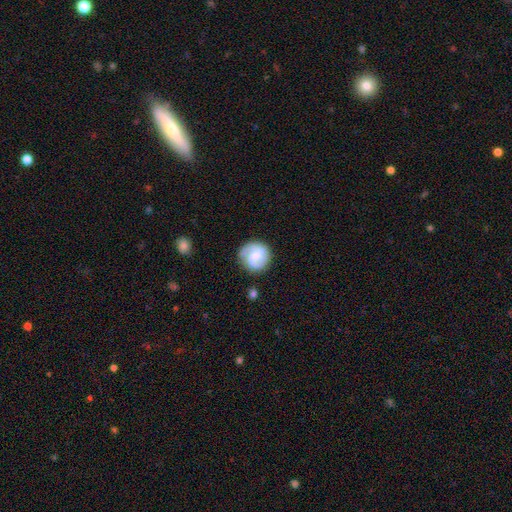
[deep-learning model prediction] featured or disk 73%, smooth 21%, star or artifact 6%. Down the decision tree: edge-on disk — no (98%); bar — weak (48%); spiral arms — yes (96%); spiral arm count — 2 (80%); spiral winding — medium (44%); bulge size — small (42%); merging — none (79%).